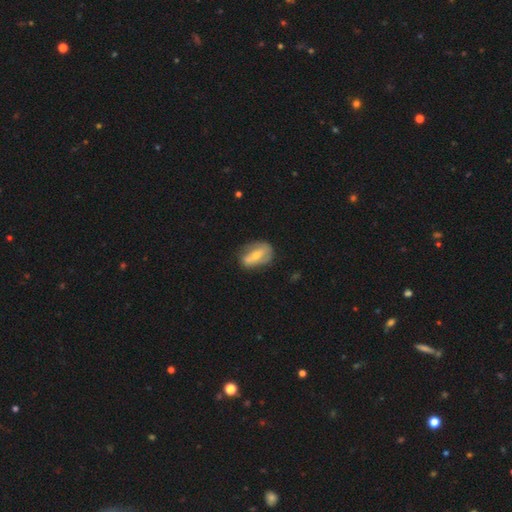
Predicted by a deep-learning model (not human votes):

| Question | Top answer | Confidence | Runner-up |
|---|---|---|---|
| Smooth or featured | featured or disk | 48% | smooth (45%) |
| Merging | none | 56% | minor disturbance (28%) |